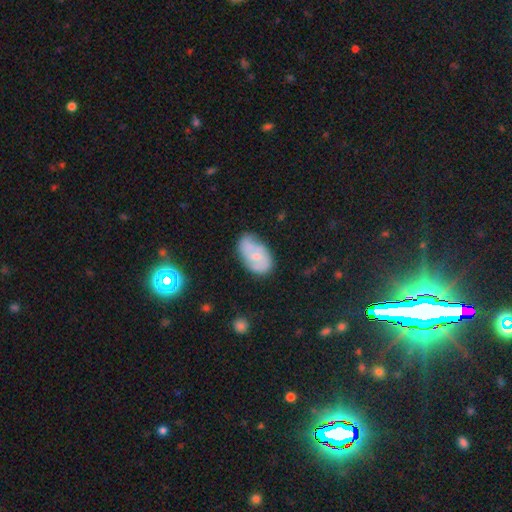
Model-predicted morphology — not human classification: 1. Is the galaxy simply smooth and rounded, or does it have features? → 53% featured or disk, 39% smooth, 9% star or artifact.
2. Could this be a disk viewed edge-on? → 95% no, 5% yes.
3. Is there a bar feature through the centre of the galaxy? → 61% no, 32% weak, 6% strong.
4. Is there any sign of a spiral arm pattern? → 75% yes, 25% no.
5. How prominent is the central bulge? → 59% small, 33% moderate, 5% none, 2% large, 1% dominant.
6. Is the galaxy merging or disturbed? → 58% none, 29% minor disturbance, 8% major disturbance, 4% merger.